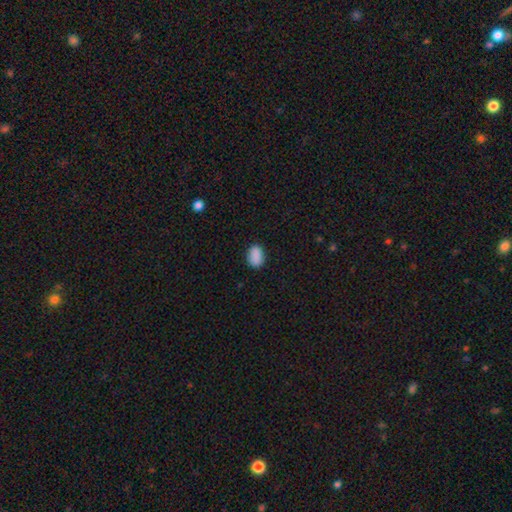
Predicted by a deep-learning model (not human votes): smooth-or-featured: smooth: 89% | star or artifact: 8% | featured or disk: 3%
  how-rounded: in between: 84% | round: 15% | cigar-shaped: 1%
  merging: none: 85% | minor disturbance: 11% | major disturbance: 2% | merger: 1%